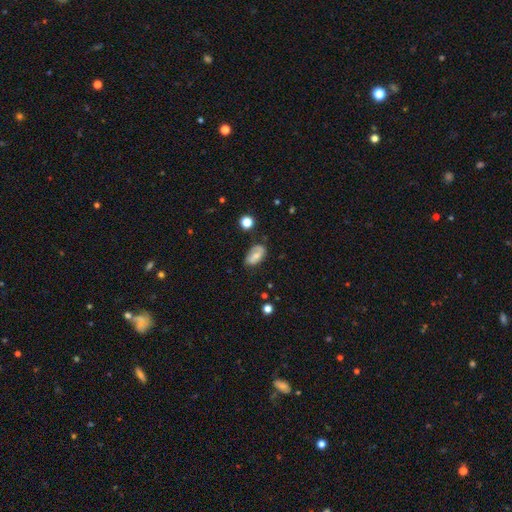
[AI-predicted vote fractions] A smooth galaxy with no disk features (52%) that is in between round and cigar-shaped (90%).

Vote fractions:
- Smooth or featured? smooth: 52% / featured or disk: 39% / star or artifact: 9%
- How rounded? in between: 90% / round: 7% / cigar-shaped: 3%
- Merging? none: 64% / minor disturbance: 25% / major disturbance: 7% / merger: 3%